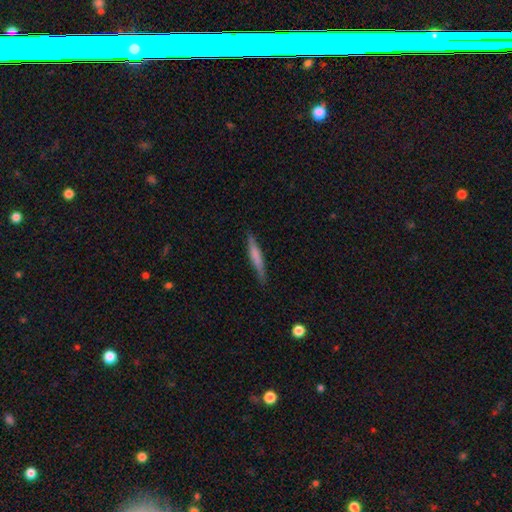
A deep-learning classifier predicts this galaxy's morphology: This is possibly a smooth galaxy (57%). How rounded: clearly cigar-shaped (92%). Merging: clearly none (83%).